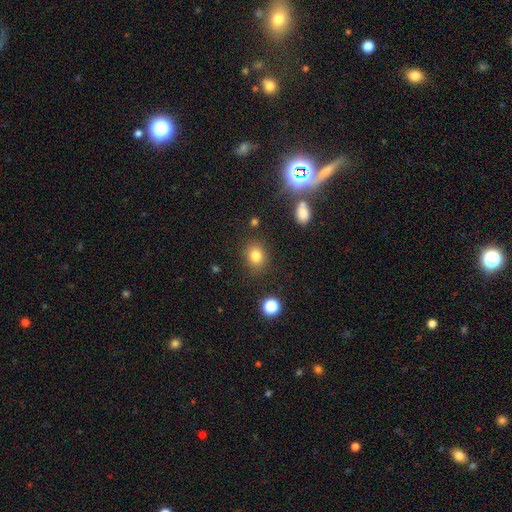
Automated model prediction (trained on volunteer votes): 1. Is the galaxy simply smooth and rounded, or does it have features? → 81% smooth, 12% star or artifact, 7% featured or disk.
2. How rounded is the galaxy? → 63% round, 36% in between, 1% cigar-shaped.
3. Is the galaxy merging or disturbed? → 84% none, 10% minor disturbance, 4% major disturbance, 3% merger.